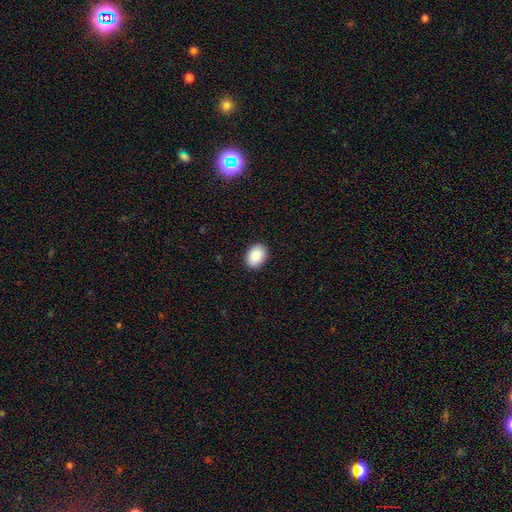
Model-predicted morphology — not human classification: Smooth or featured?
  - smooth: 90% *
  - star or artifact: 7%
  - featured or disk: 4%
How rounded?
  - in between: 78% *
  - round: 21%
  - cigar-shaped: 1%
Merging?
  - none: 90% *
  - minor disturbance: 7%
  - major disturbance: 2%
  - merger: 1%